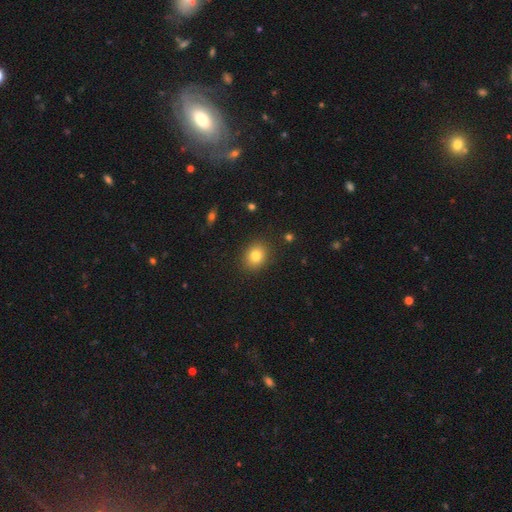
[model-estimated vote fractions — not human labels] The model was most divided on "how rounded": round: 62%, in between: 37%, cigar-shaped: 1%. More confident: merging — none (89%); smooth or featured — smooth (82%).